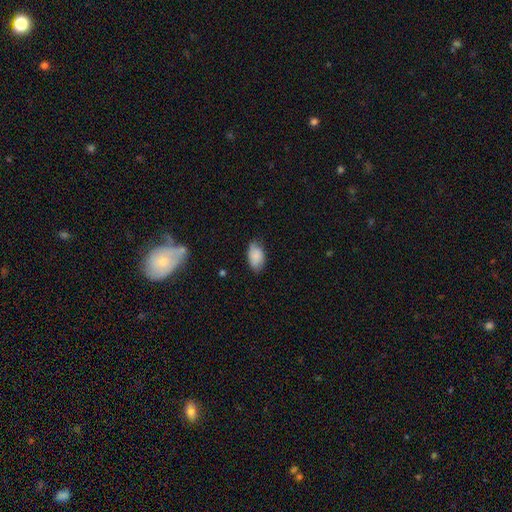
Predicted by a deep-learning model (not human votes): Q: Smooth or featured?
A: smooth (82%); runner-up: featured or disk (11%)
Q: How rounded?
A: in between (93%); runner-up: round (6%)
Q: Merging?
A: none (69%); runner-up: minor disturbance (25%)